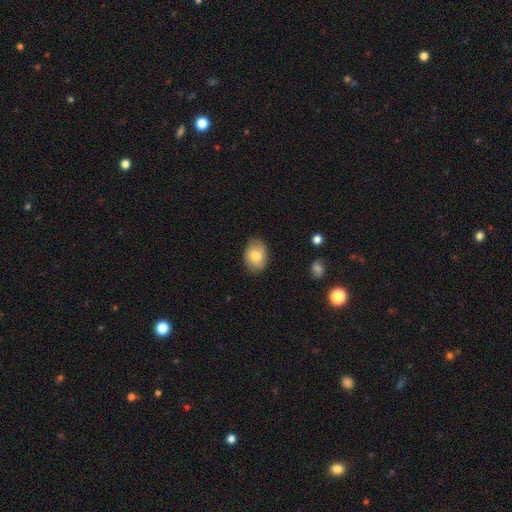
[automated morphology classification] This is likely a smooth galaxy (77%). How rounded: likely in between (76%). Merging: clearly none (81%).